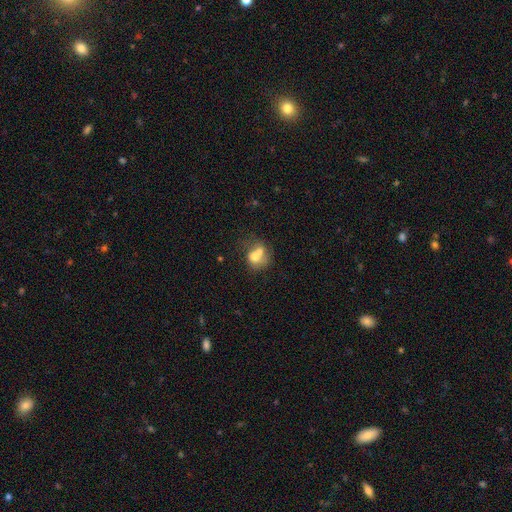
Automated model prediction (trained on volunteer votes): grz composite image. It shows a smooth galaxy with no disk features (64%) that is round (59%). Merging: merger (57%).